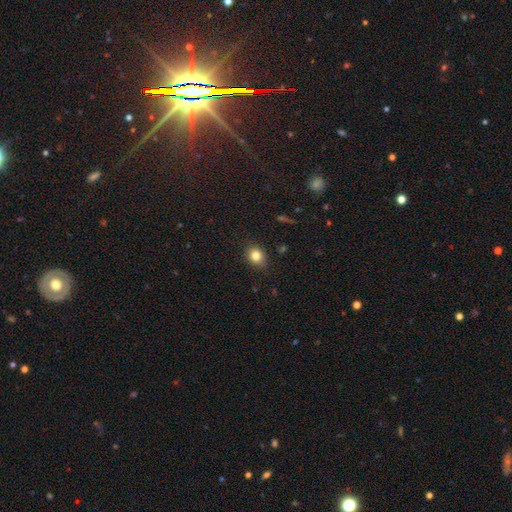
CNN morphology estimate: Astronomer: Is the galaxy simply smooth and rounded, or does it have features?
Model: smooth — 82%.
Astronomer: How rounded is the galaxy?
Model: round — 56% (runner-up: in between, 43%).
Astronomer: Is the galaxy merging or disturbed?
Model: none — 85%.